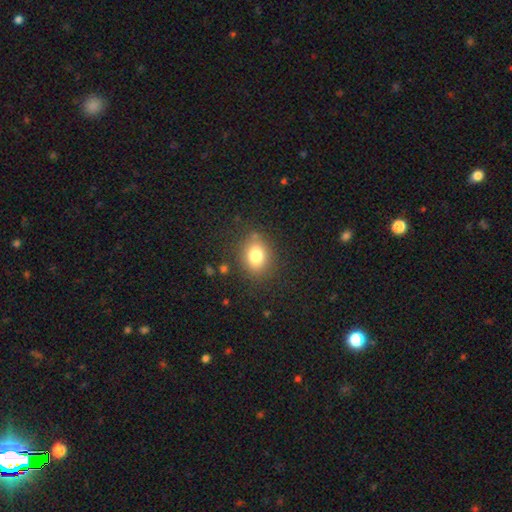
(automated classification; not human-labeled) Smooth or featured?
  - smooth: 79% *
  - star or artifact: 12%
  - featured or disk: 10%
How rounded?
  - round: 51% *
  - in between: 48%
  - cigar-shaped: 1%
Merging?
  - none: 83% *
  - minor disturbance: 11%
  - major disturbance: 4%
  - merger: 2%